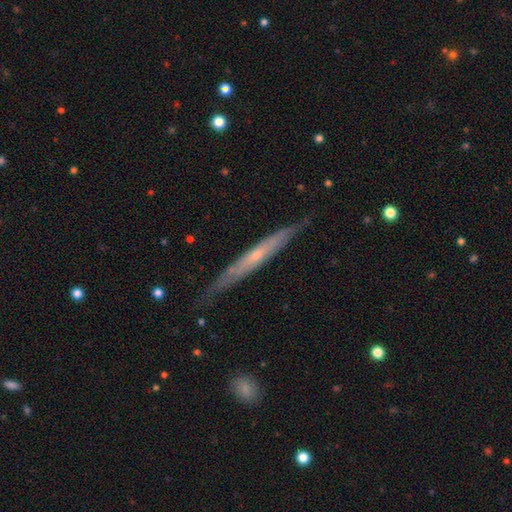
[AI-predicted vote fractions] Smooth or featured? Predicted: featured or disk (p=0.65). Edge-on disk? Predicted: yes (p=0.89). Edge-on bulge? Predicted: none (p=0.53). Merging? Predicted: none (p=0.80).